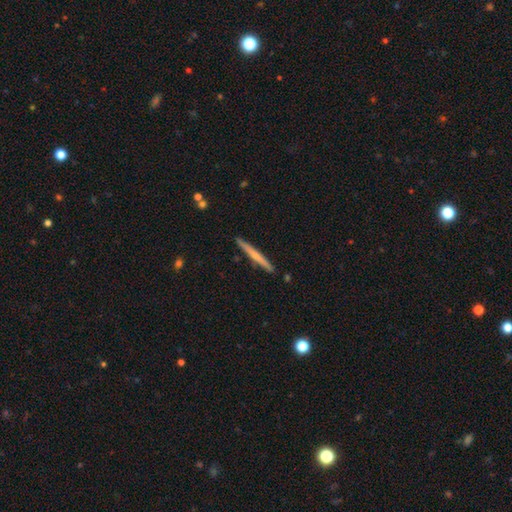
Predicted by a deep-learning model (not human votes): A featured or disk galaxy (50%).

Vote fractions:
- Smooth or featured? featured or disk: 50% / smooth: 45% / star or artifact: 5%
- Merging? none: 91% / minor disturbance: 6% / merger: 1% / major disturbance: 1%